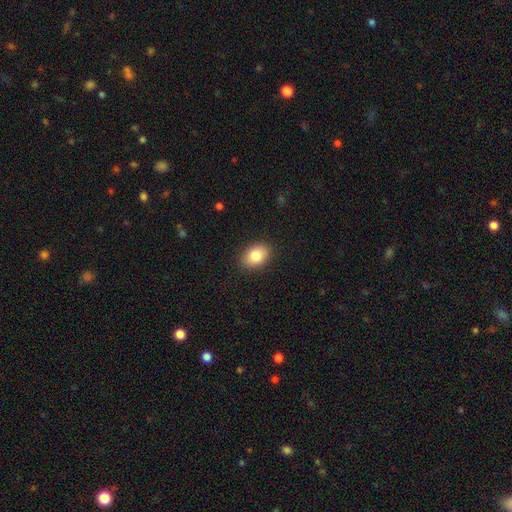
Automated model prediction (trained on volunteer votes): smooth 83%, featured or disk 9%, star or artifact 8%. Down the decision tree: how rounded — in between (81%); merging — none (89%).